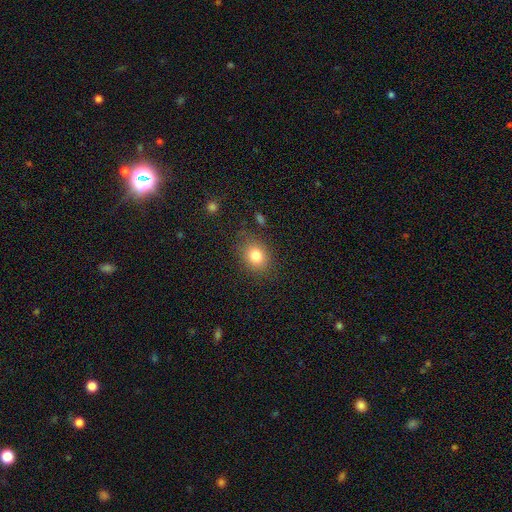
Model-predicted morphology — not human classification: Q: Smooth or featured?
A: smooth (81%); runner-up: star or artifact (10%)
Q: How rounded?
A: in between (52%); runner-up: round (47%)
Q: Merging?
A: none (79%); runner-up: minor disturbance (14%)